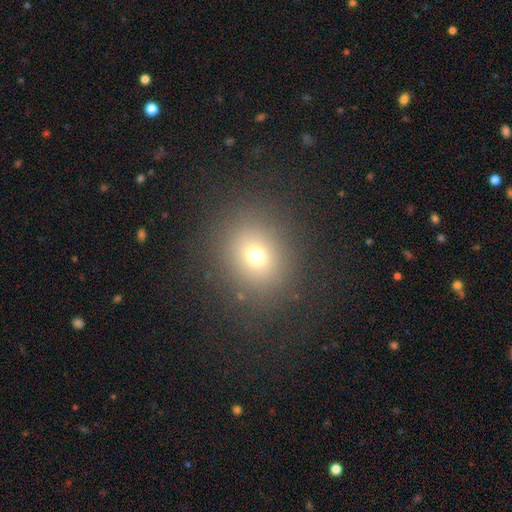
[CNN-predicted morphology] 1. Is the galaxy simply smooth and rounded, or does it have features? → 68% smooth, 20% star or artifact, 12% featured or disk.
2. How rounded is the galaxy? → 75% round, 24% in between, 1% cigar-shaped.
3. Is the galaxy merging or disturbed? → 85% none, 8% minor disturbance, 5% major disturbance, 1% merger.